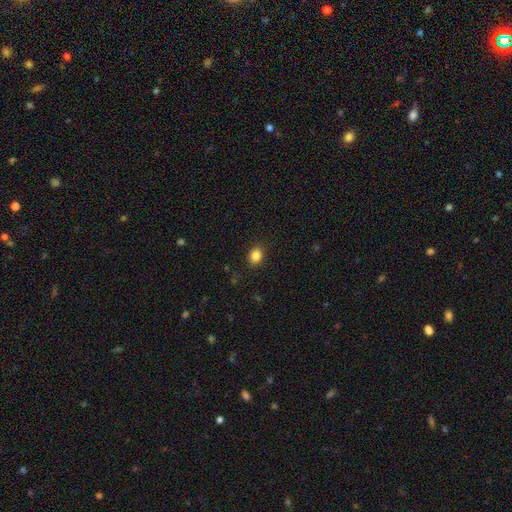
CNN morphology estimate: A smooth galaxy with no disk features (84%) that is round (53%).

Vote fractions:
- Smooth or featured? smooth: 84% / star or artifact: 11% / featured or disk: 5%
- How rounded? round: 53% / in between: 46% / cigar-shaped: 1%
- Merging? none: 89% / minor disturbance: 8% / major disturbance: 2% / merger: 1%